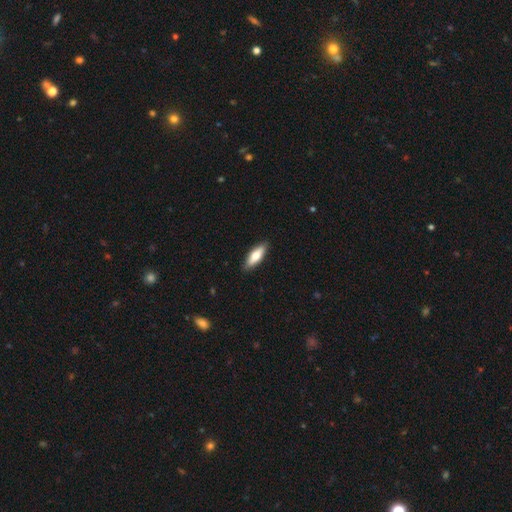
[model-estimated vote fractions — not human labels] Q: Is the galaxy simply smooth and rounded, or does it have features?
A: smooth — 72%.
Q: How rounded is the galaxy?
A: in between — 55%.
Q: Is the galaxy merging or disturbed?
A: none — 88%.